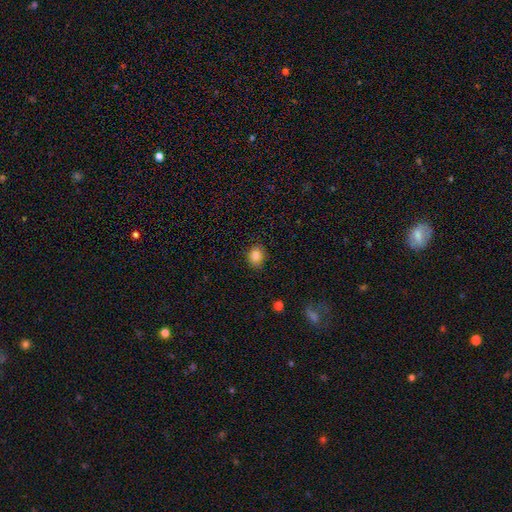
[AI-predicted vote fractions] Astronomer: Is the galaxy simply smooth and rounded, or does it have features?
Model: smooth — 84%.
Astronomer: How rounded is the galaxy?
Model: round — 63%.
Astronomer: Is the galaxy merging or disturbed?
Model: none — 85%.